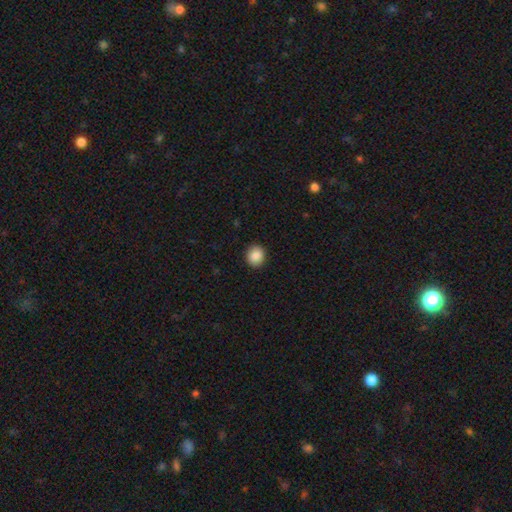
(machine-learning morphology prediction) smooth 88%, star or artifact 8%, featured or disk 4%. Down the decision tree: how rounded — round (83%); merging — none (92%).